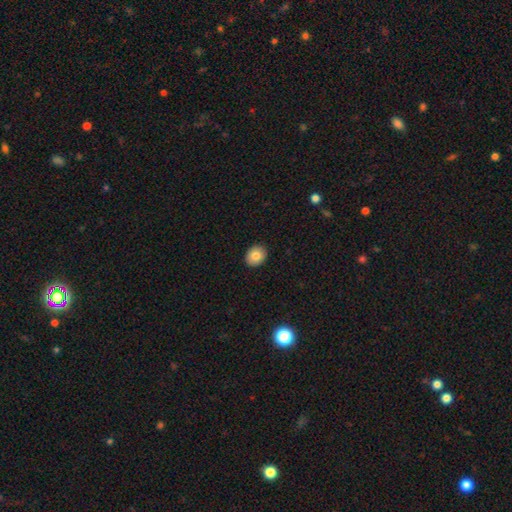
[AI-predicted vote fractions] Q: Smooth or featured?
A: smooth (81%); runner-up: featured or disk (11%)
Q: How rounded?
A: round (55%); runner-up: in between (44%)
Q: Merging?
A: none (91%); runner-up: minor disturbance (7%)